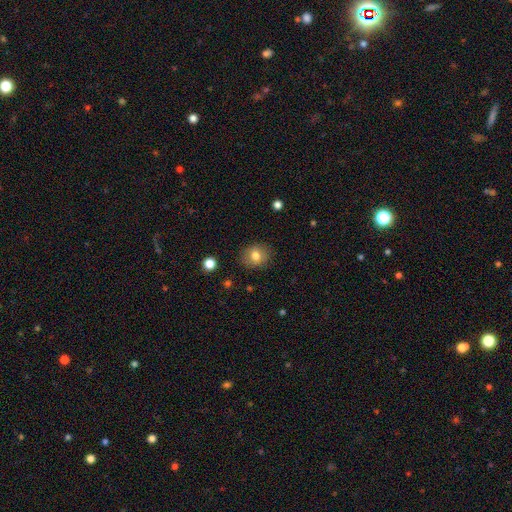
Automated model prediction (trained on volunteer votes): The model was most divided on "how rounded": round: 74%, in between: 25%, cigar-shaped: 1%. More confident: merging — none (87%); smooth or featured — smooth (79%).